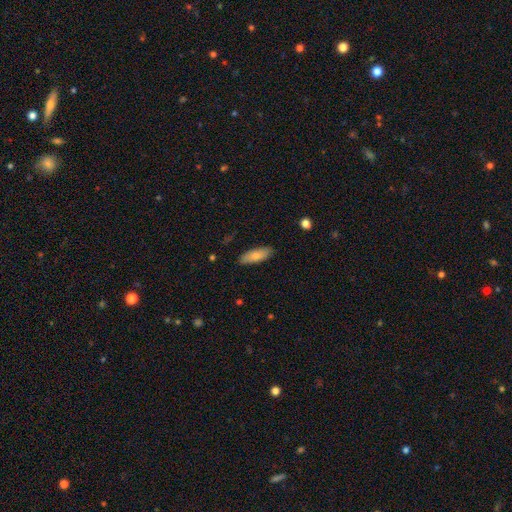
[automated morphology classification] Smooth or featured: smooth — 78% (featured or disk — 16%)
How rounded: in between — 61% (cigar-shaped — 37%)
Merging: none — 86% (minor disturbance — 11%)